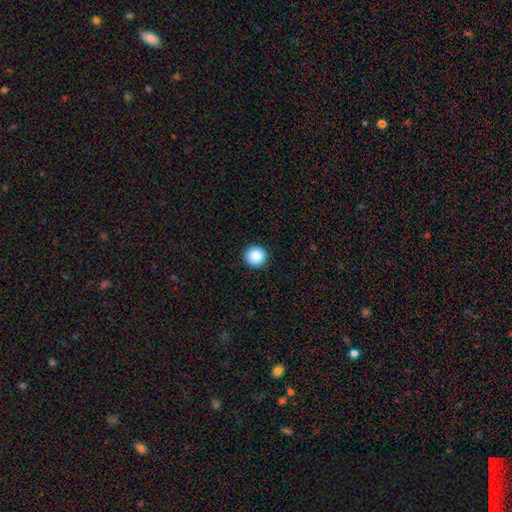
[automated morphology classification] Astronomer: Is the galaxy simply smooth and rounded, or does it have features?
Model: smooth — 86%.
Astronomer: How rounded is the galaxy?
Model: round — 96%.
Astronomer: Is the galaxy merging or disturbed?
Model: none — 93%.